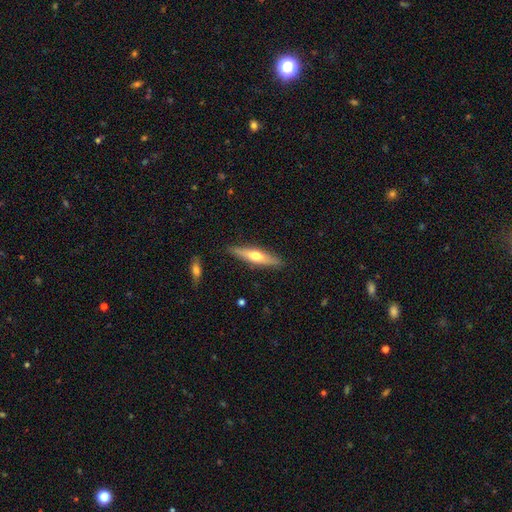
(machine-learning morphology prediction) The model was most divided on "smooth or featured": featured or disk: 49%, smooth: 45%, star or artifact: 6%. More confident: merging — none (86%).